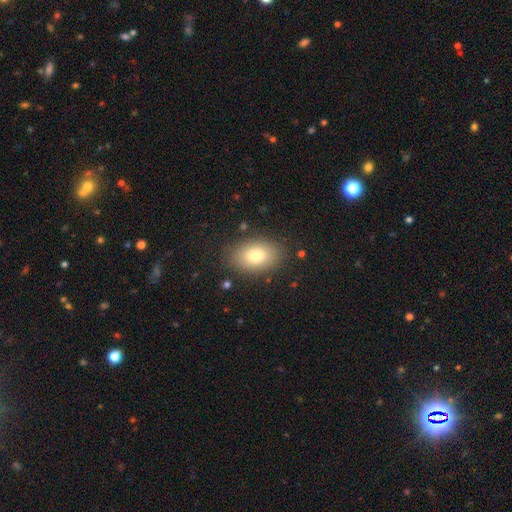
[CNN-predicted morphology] smooth 78%, featured or disk 13%, star or artifact 9%. Down the decision tree: how rounded — in between (84%); merging — none (85%).